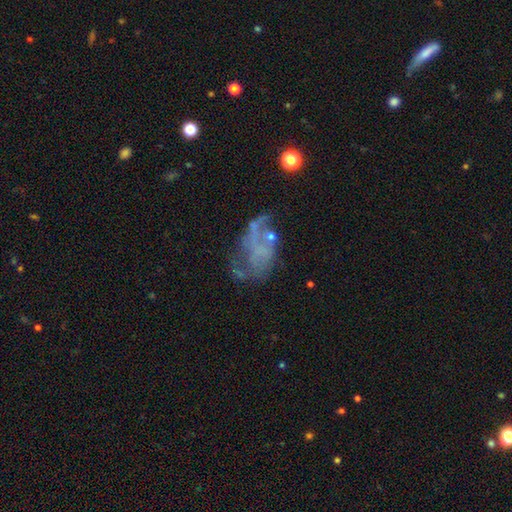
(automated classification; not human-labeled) Q: Smooth or featured?
A: featured or disk (65%); runner-up: smooth (21%)
Q: Edge-on disk?
A: no (97%); runner-up: yes (3%)
Q: Bar?
A: no (80%); runner-up: weak (16%)
Q: Spiral arms?
A: no (57%); runner-up: yes (43%)
Q: Bulge size?
A: none (76%); runner-up: small (14%)
Q: Merging?
A: major disturbance (36%); runner-up: none (35%)